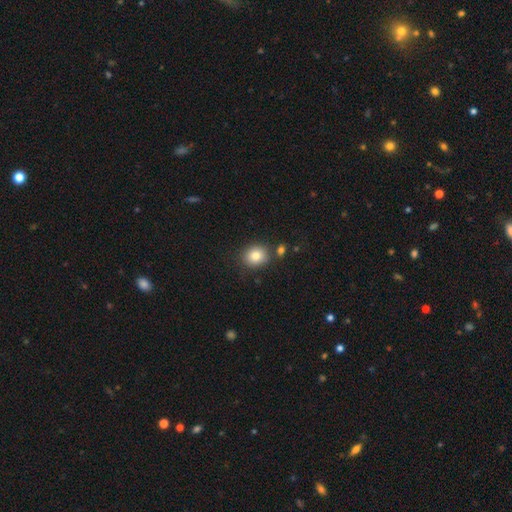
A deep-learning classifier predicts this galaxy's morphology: This appears to be a smooth galaxy with no disk features (82%) that is round (69%). Merging: none (78%).